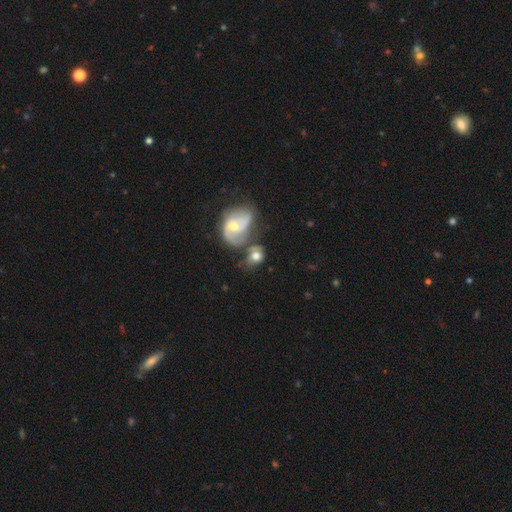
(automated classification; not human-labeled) Morphology: type=smooth (59%); roundness=round (51%); merging=merger (36%).